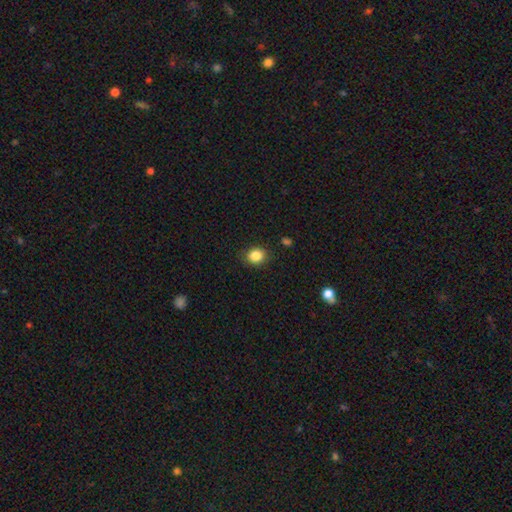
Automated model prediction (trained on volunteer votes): smooth 86%, star or artifact 10%, featured or disk 4%. Down the decision tree: how rounded — round (69%); merging — none (86%).